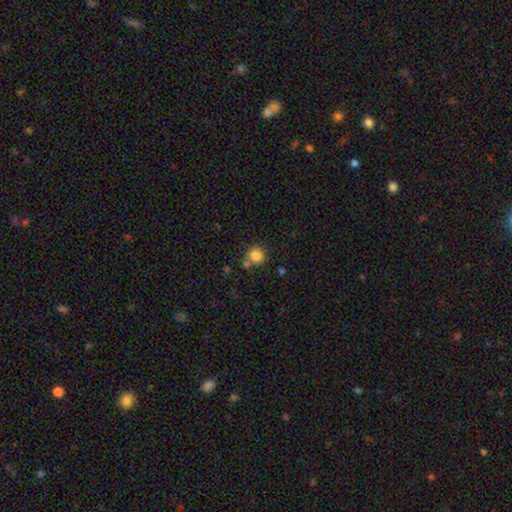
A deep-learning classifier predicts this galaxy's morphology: Q: Smooth or featured?
A: smooth (84%); runner-up: star or artifact (11%)
Q: How rounded?
A: round (89%); runner-up: in between (10%)
Q: Merging?
A: none (66%); runner-up: merger (17%)